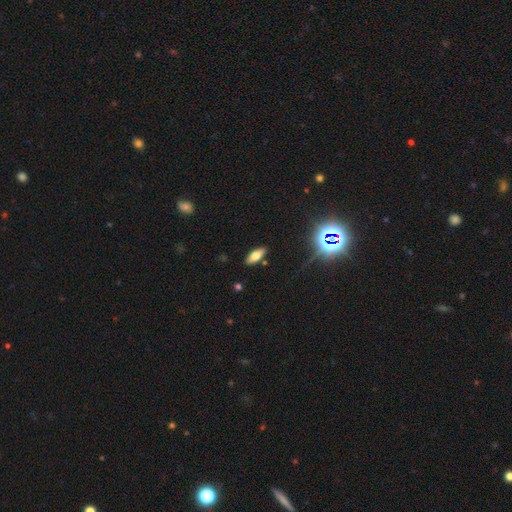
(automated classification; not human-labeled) Overall: smooth (66%). How rounded: in between (76%). Merging: none (86%).